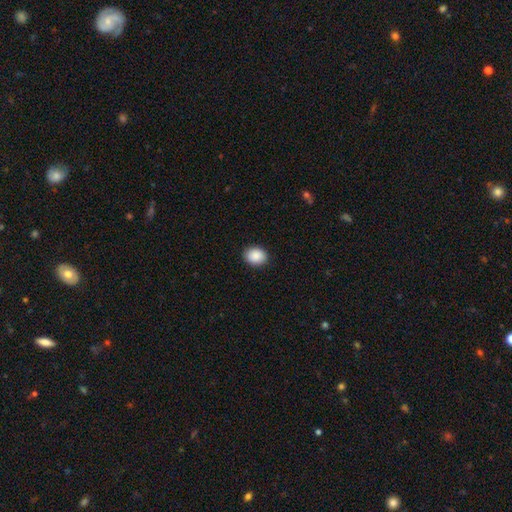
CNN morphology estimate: Overall: smooth (89%). How rounded: round (54%; in between 45%). Merging: none (90%).